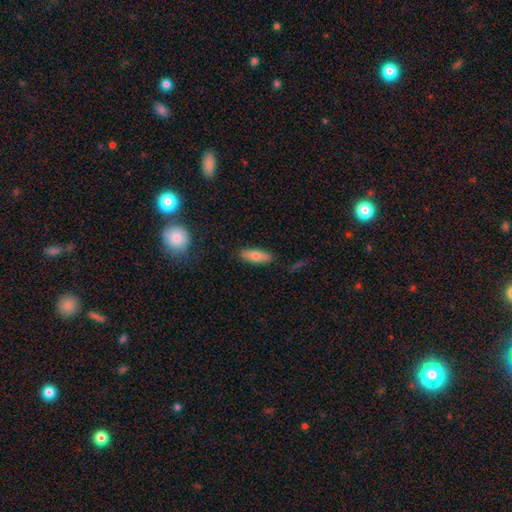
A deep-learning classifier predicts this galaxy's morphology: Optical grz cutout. It shows a smooth galaxy with no disk features (72%) that is in between round and cigar-shaped (70%). Merging: none (85%).